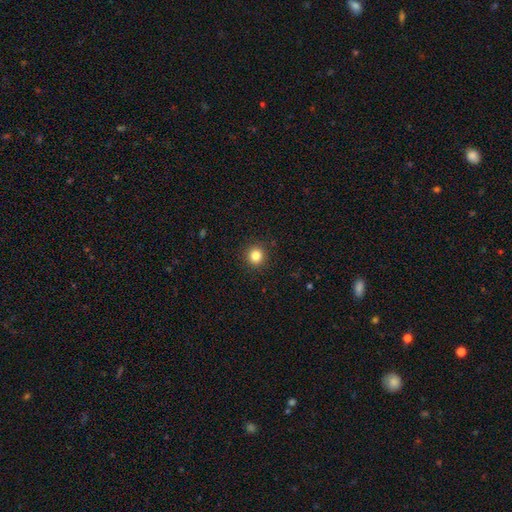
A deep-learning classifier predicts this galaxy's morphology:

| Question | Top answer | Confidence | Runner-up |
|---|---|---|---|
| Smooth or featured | smooth | 84% | star or artifact (12%) |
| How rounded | round | 93% | in between (7%) |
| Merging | none | 92% | minor disturbance (5%) |